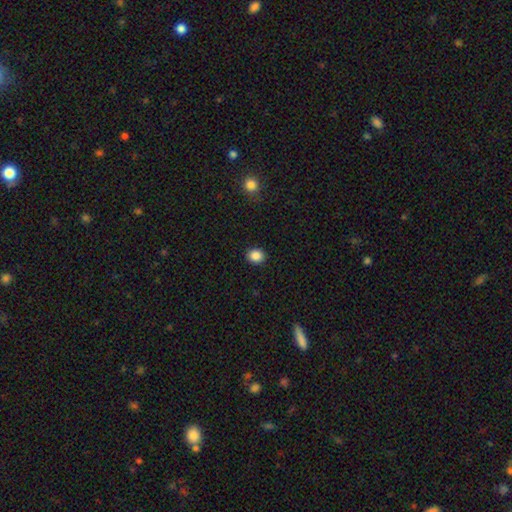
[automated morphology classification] A smooth galaxy with no disk features (87%) that is round (66%). Merging: none (91%).